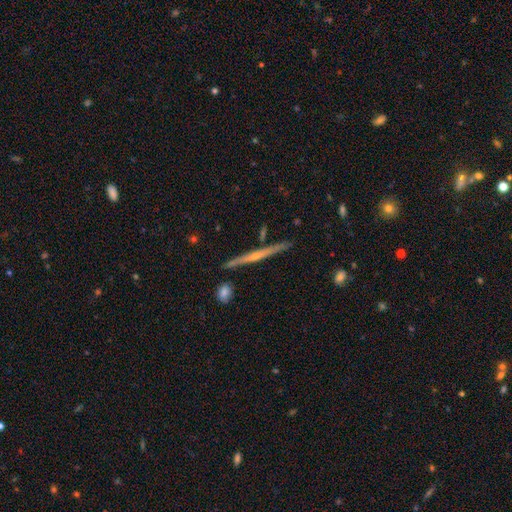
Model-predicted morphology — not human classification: smooth_or_featured: featured or disk (p=0.75) [alt: smooth p=0.19]
disk_edge_on: yes (p=0.98) [alt: no p=0.02]
edge_on_bulge: rounded (p=0.65) [alt: none p=0.30]
merging: none (p=0.88) [alt: minor disturbance p=0.08]